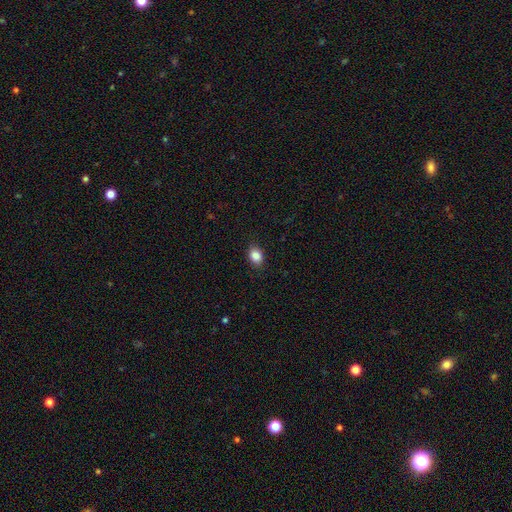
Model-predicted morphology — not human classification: Smooth or featured: smooth — 86% (star or artifact — 9%)
How rounded: in between — 68% (round — 31%)
Merging: none — 87% (minor disturbance — 10%)